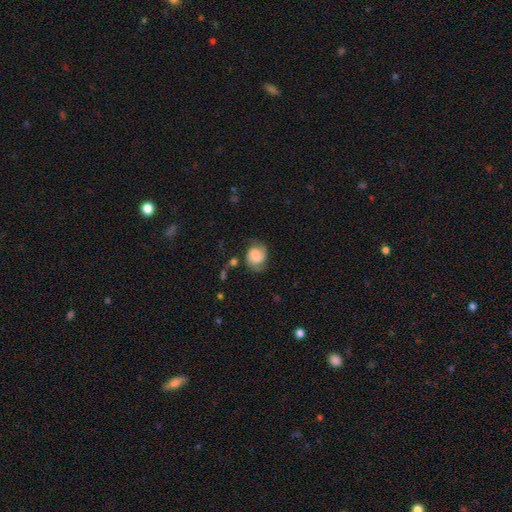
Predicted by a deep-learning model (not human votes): This appears to be a smooth galaxy with no disk features (47%). Merging: none (56%).